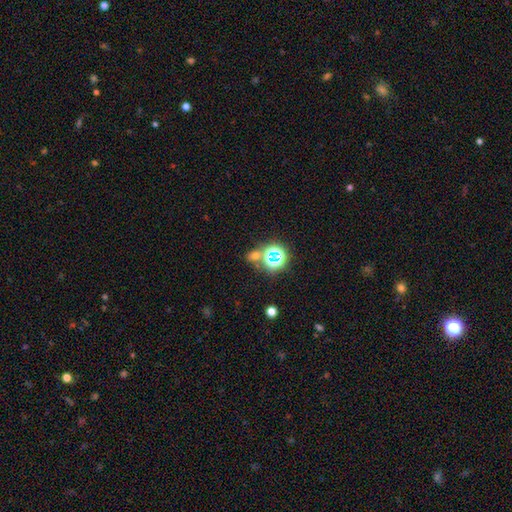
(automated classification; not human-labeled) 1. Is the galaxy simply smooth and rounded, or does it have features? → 46% star or artifact (tied), 46% smooth (tied), 8% featured or disk.